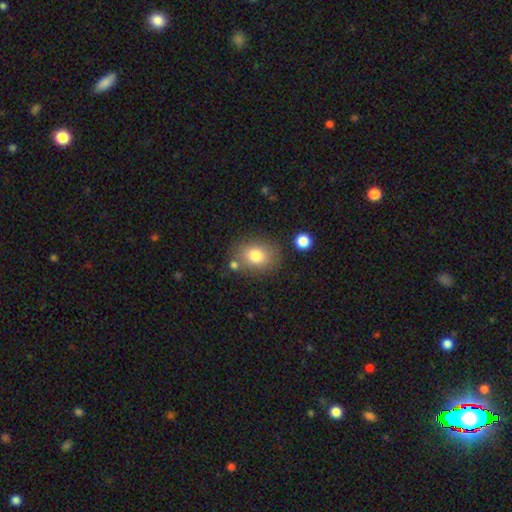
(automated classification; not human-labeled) Smooth or featured? smooth (80%)
How rounded? in between (50%)
Merging? none (73%)